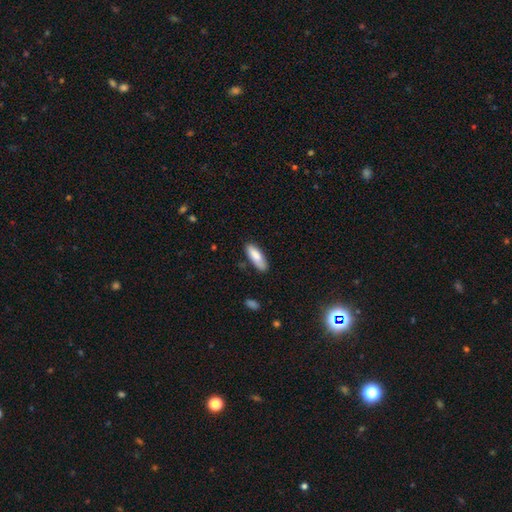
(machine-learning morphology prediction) Smooth or featured? smooth (83%)
How rounded? in between (64%)
Merging? none (75%)